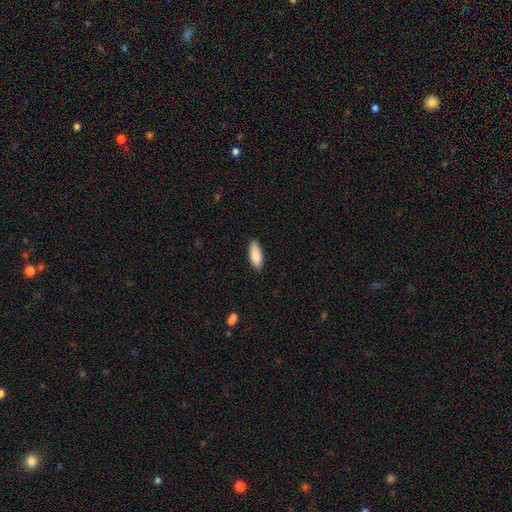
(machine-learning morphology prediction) Smooth or featured: smooth — 89% (star or artifact — 6%)
How rounded: in between — 73% (cigar-shaped — 25%)
Merging: none — 85% (minor disturbance — 12%)